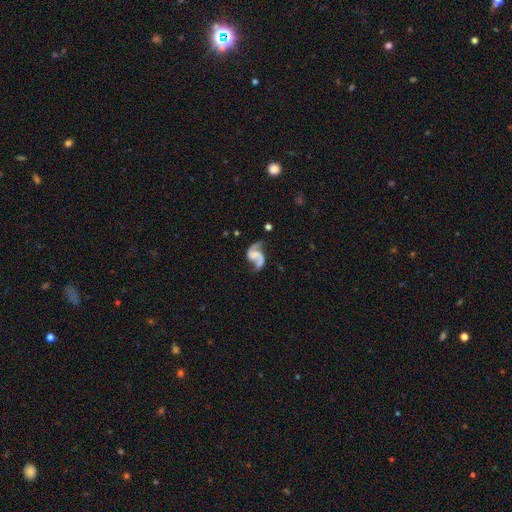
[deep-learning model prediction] smooth_or_featured: featured or disk (p=0.86) [alt: smooth p=0.08]
disk_edge_on: no (p=0.98) [alt: yes p=0.02]
bar: no (p=0.51) [alt: weak p=0.35]
has_spiral_arms: yes (p=0.95) [alt: no p=0.05]
spiral_winding: loose (p=0.59) [alt: medium p=0.34]
spiral_arm_count: 2 (p=0.88) [alt: 1 p=0.07]
bulge_size: none (p=0.54) [alt: small p=0.25]
merging: none (p=0.52) [alt: major disturbance p=0.20]